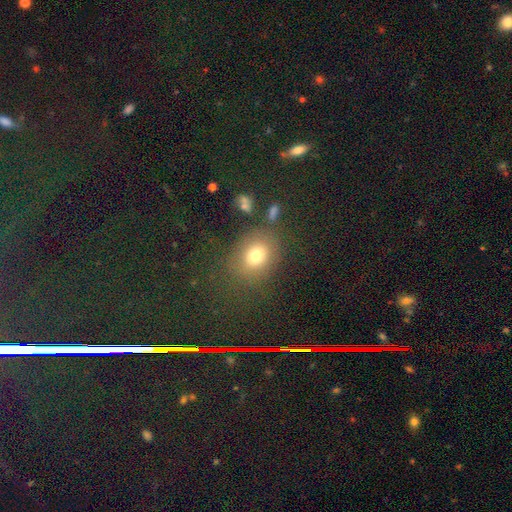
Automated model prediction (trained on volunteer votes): This appears to be a smooth galaxy with no disk features (75%) that is in between round and cigar-shaped (53%). Merging: none (73%).